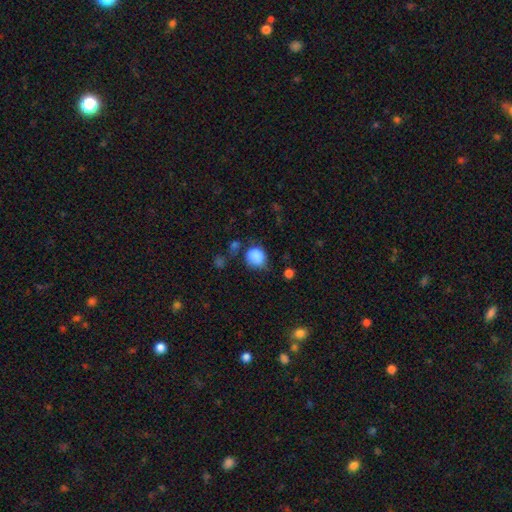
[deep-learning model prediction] Smooth or featured? Predicted: smooth (p=0.85). How rounded? Predicted: round (p=0.72). Merging? Predicted: none (p=0.52).